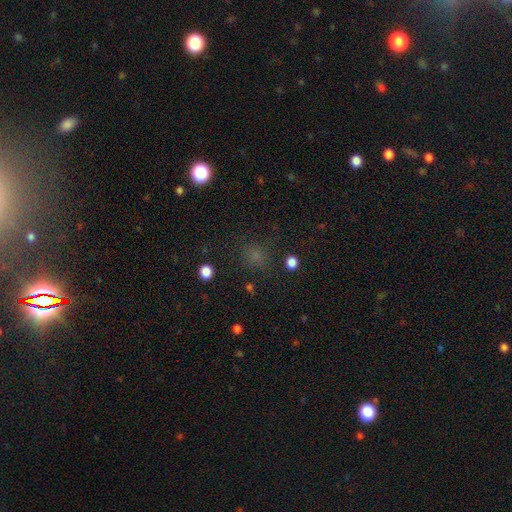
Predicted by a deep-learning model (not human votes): Smooth or featured? Predicted: smooth (p=0.64). How rounded? Predicted: round (p=0.76). Merging? Predicted: none (p=0.78).